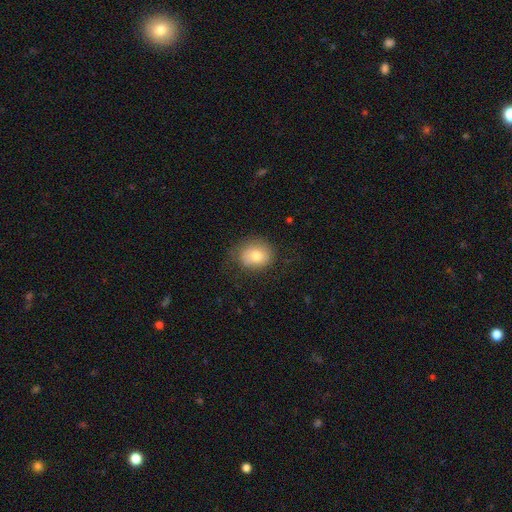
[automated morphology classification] smooth 77%, featured or disk 14%, star or artifact 9%. Down the decision tree: how rounded — round (58%); merging — none (72%).